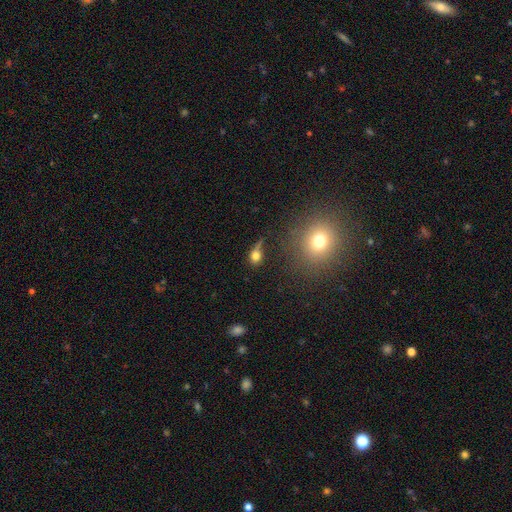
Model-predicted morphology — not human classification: This is likely a smooth galaxy (73%). How rounded: possibly in between (49%). Merging: marginally none (40%).